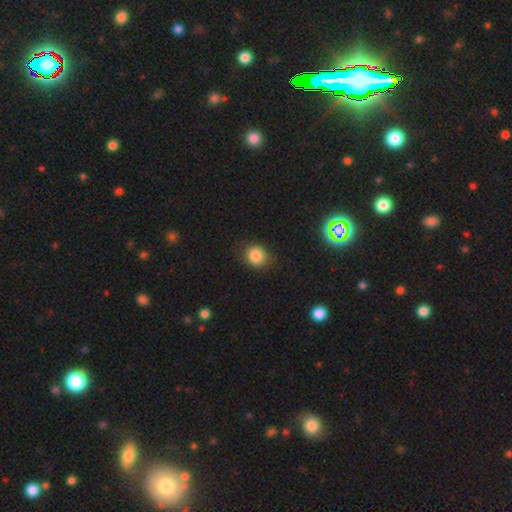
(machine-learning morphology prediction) smooth-or-featured: smooth: 84% | star or artifact: 11% | featured or disk: 5%
  how-rounded: round: 74% | in between: 25% | cigar-shaped: 1%
  merging: none: 81% | minor disturbance: 14% | major disturbance: 3% | merger: 1%